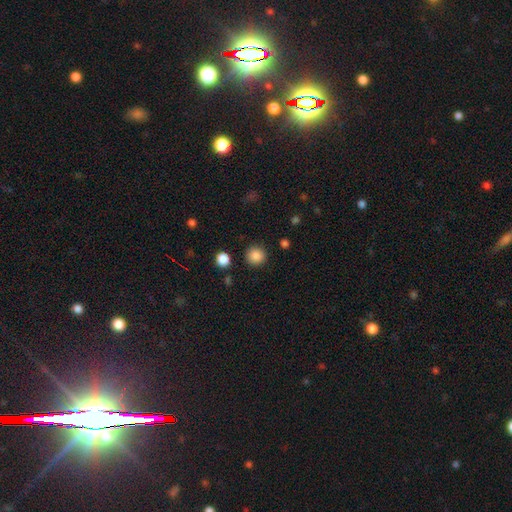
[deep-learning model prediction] This appears to be a smooth galaxy with no disk features (87%) that is round (93%). Merging: none (90%).